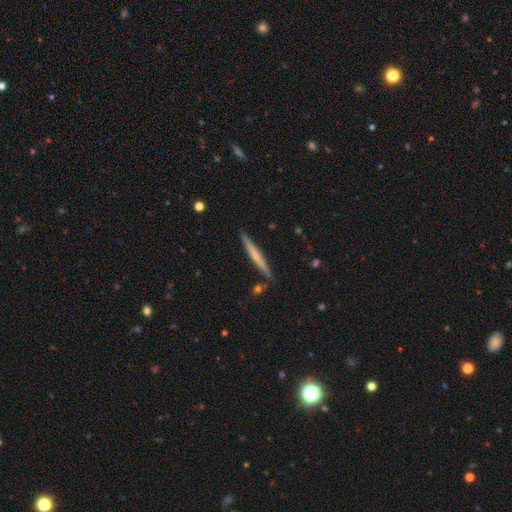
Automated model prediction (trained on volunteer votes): Overall: smooth (48%; featured or disk 46%). Merging: none (89%).